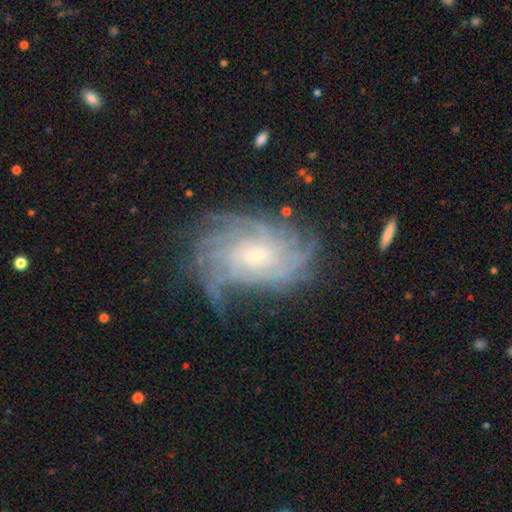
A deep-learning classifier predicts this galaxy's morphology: smooth-or-featured: featured or disk: 83% | smooth: 9% | star or artifact: 8%
  disk-edge-on: no: 96% | yes: 4%
    bar: no: 51% | weak: 41% | strong: 8%
    has-spiral-arms: yes: 95% | no: 5%
      spiral-winding: tight: 63% | medium: 28% | loose: 10%
      spiral-arm-count: can't tell: 37% | more than 4: 22% | 4: 19% | 3: 9% | 2: 7% | 1: 6%
    bulge-size: small: 54% | moderate: 37% | large: 4% | none: 4% | dominant: 1%
  merging: none: 67% | minor disturbance: 20% | major disturbance: 11% | merger: 2%